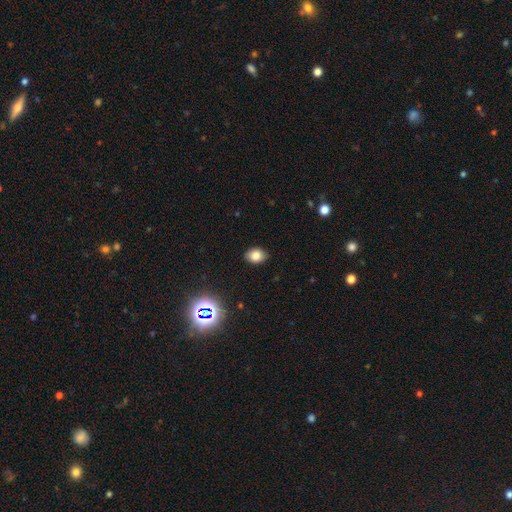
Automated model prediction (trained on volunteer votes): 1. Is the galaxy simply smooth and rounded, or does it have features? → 79% smooth, 14% star or artifact, 8% featured or disk.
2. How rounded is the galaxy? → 66% in between, 33% round, 1% cigar-shaped.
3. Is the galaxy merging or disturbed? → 87% none, 9% minor disturbance, 2% major disturbance, 1% merger.